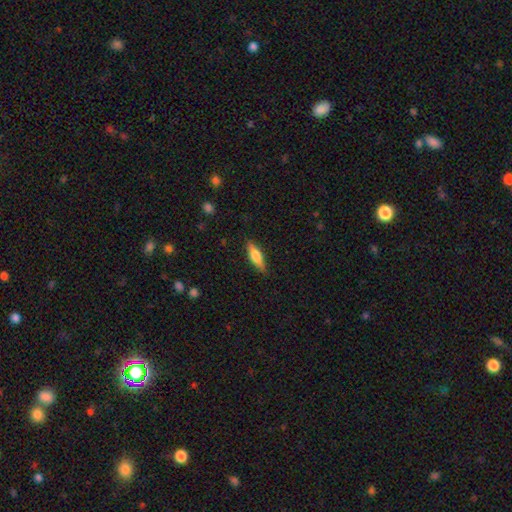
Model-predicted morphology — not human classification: Smooth or featured: smooth — 64% (featured or disk — 29%)
How rounded: cigar-shaped — 57% (in between — 41%)
Merging: none — 87% (minor disturbance — 10%)